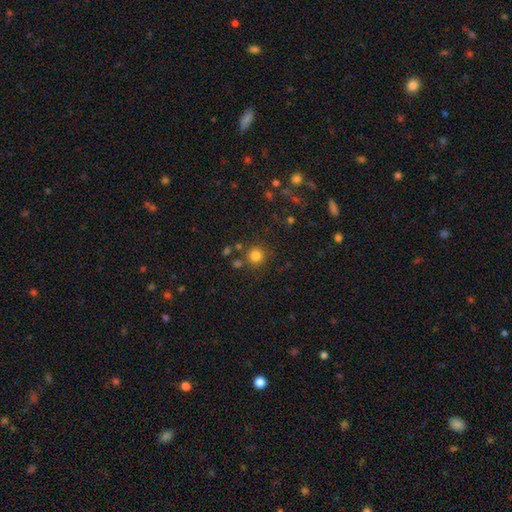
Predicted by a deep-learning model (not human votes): Smooth or featured?
  - smooth: 80% *
  - star or artifact: 14%
  - featured or disk: 6%
How rounded?
  - round: 93% *
  - in between: 6%
  - cigar-shaped: 1%
Merging?
  - none: 81% *
  - minor disturbance: 9%
  - merger: 7%
  - major disturbance: 4%